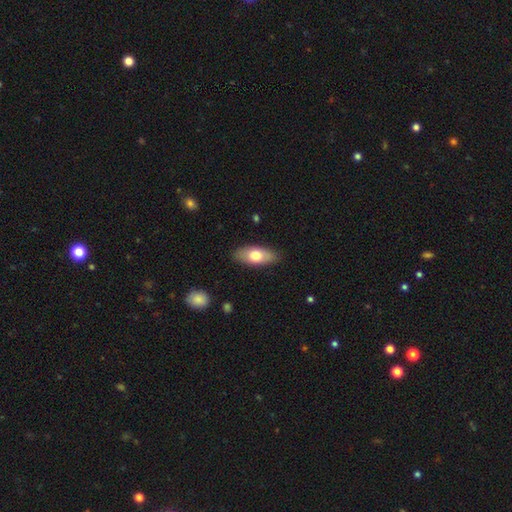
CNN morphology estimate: smooth 70%, featured or disk 24%, star or artifact 6%. Down the decision tree: how rounded — in between (85%); merging — none (85%).